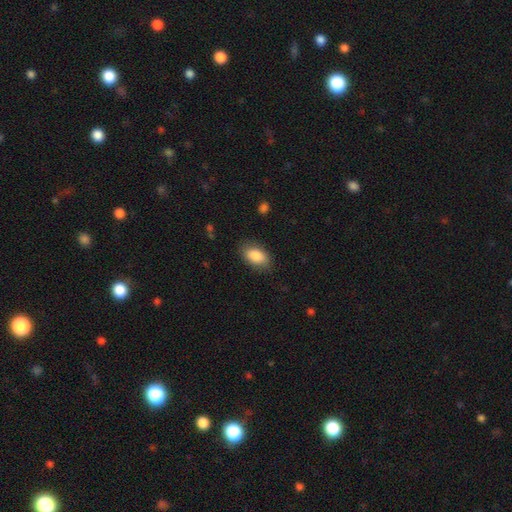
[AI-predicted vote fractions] This is clearly a smooth galaxy (86%). How rounded: clearly in between (92%). Merging: clearly none (83%).